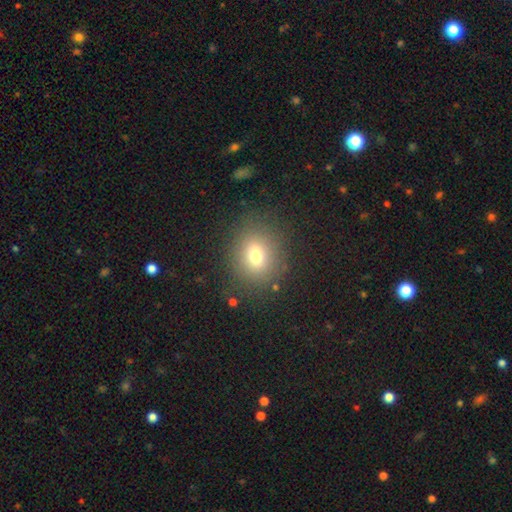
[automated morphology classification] A smooth galaxy with no disk features (72%) that is round (70%).

Vote fractions:
- Smooth or featured? smooth: 72% / star or artifact: 15% / featured or disk: 13%
- How rounded? round: 70% / in between: 29% / cigar-shaped: 1%
- Merging? none: 83% / minor disturbance: 10% / major disturbance: 5% / merger: 2%